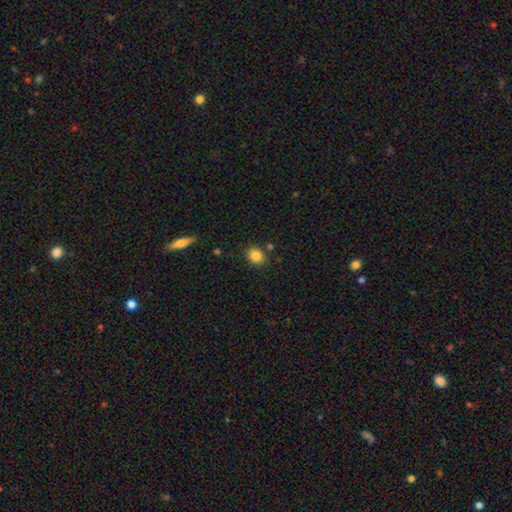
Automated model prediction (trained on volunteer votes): A smooth galaxy with no disk features (84%) that is round (64%). Merging: none (83%).